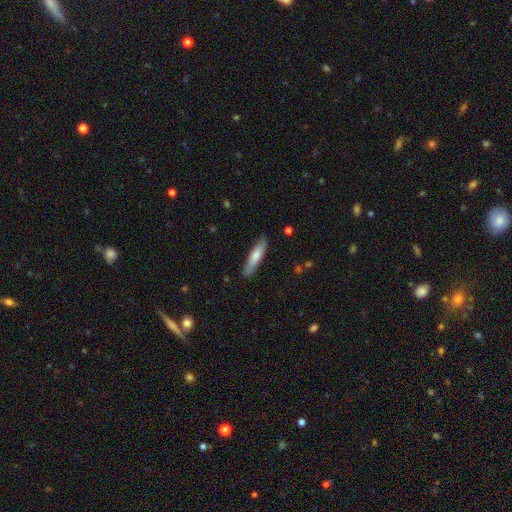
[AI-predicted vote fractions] A smooth galaxy with no disk features (71%) that is cigar-shaped (82%).

Vote fractions:
- Smooth or featured? smooth: 71% / featured or disk: 24% / star or artifact: 5%
- How rounded? cigar-shaped: 82% / in between: 17% / round: 1%
- Merging? none: 85% / minor disturbance: 12% / major disturbance: 2% / merger: 1%